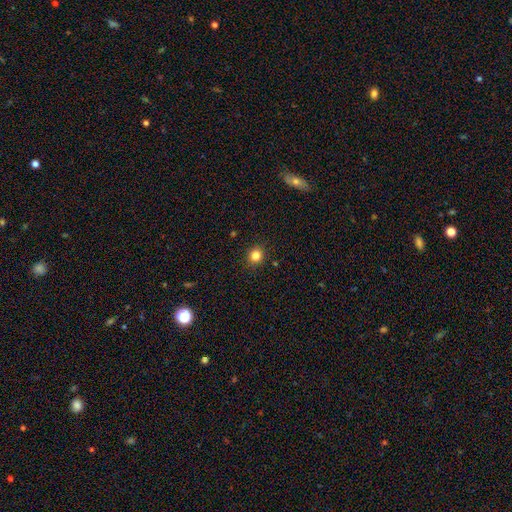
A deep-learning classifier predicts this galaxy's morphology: Smooth or featured: smooth — 83% (star or artifact — 13%)
How rounded: round — 88% (in between — 11%)
Merging: none — 91% (minor disturbance — 6%)